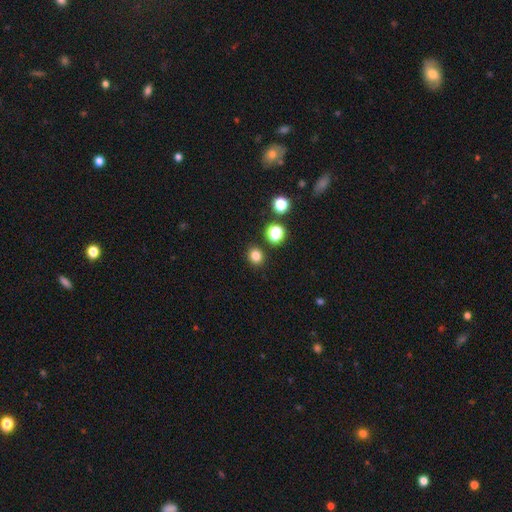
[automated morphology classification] Smooth or featured: smooth — 81% (star or artifact — 15%)
How rounded: round — 76% (in between — 23%)
Merging: none — 88% (minor disturbance — 6%)